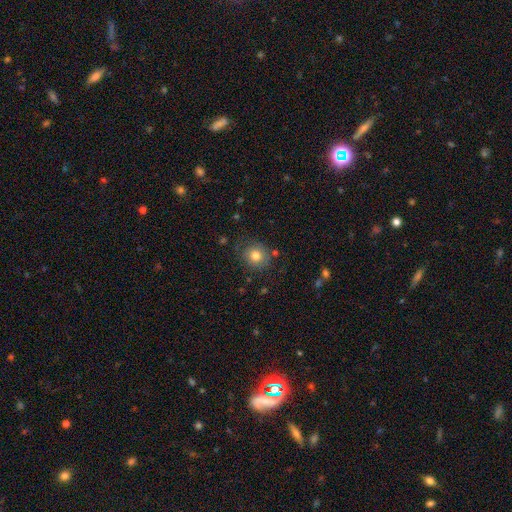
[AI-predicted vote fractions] smooth 79%, star or artifact 11%, featured or disk 10%. Down the decision tree: how rounded — round (87%); merging — none (82%).